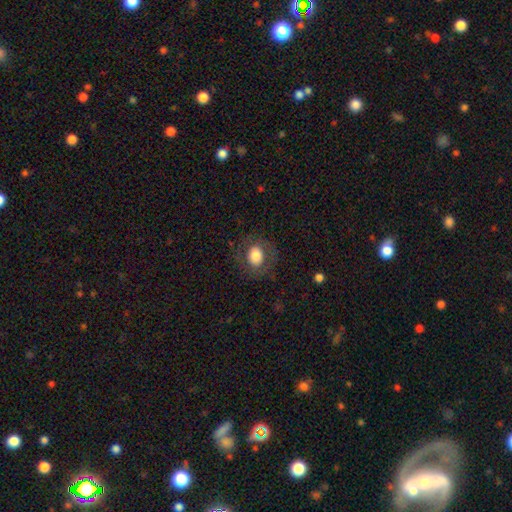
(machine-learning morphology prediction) This is likely a smooth galaxy (73%). How rounded: possibly round (60%). Merging: likely none (79%).